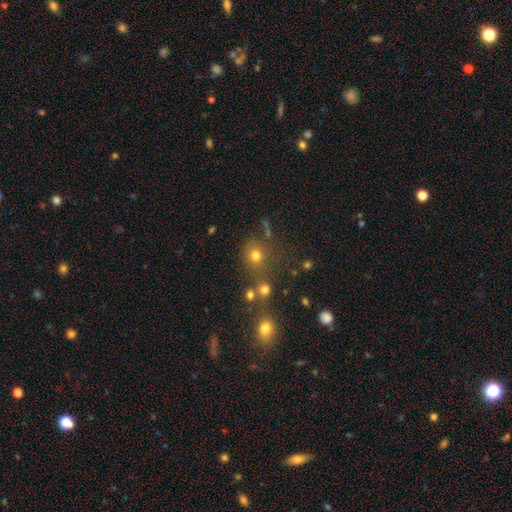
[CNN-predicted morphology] type=smooth (72%); roundness=round (85%); merging=none (66%).